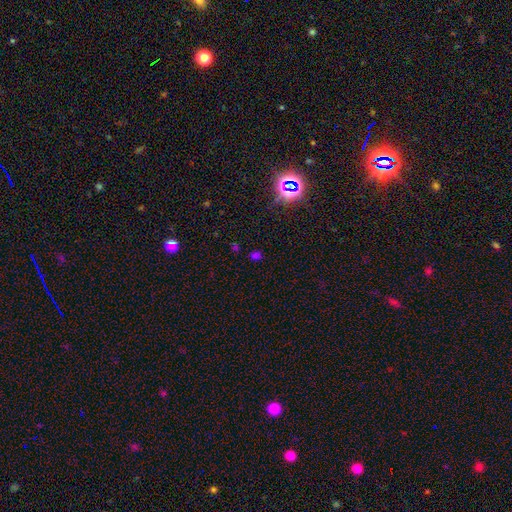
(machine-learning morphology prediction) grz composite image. It shows a star or artifact, not a galaxy (49%).